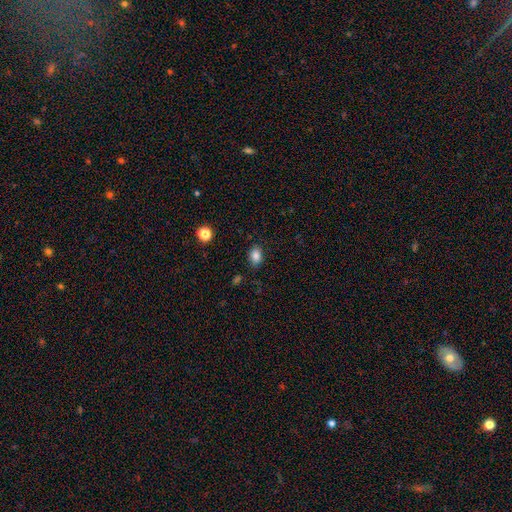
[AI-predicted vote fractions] Morphology: type=smooth (84%); roundness=in between (77%); merging=none (83%).